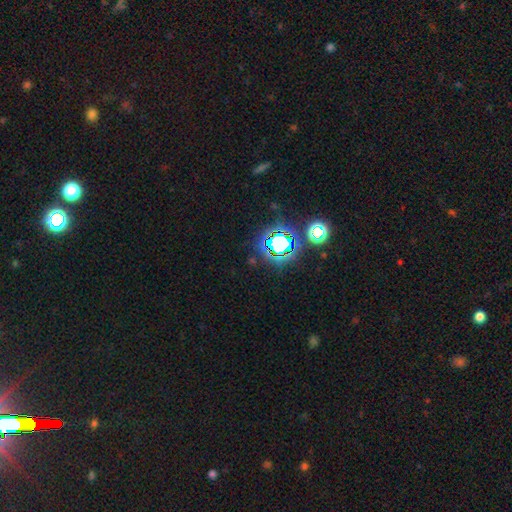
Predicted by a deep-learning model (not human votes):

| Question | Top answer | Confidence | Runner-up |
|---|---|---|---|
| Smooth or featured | star or artifact | 79% | smooth (13%) |